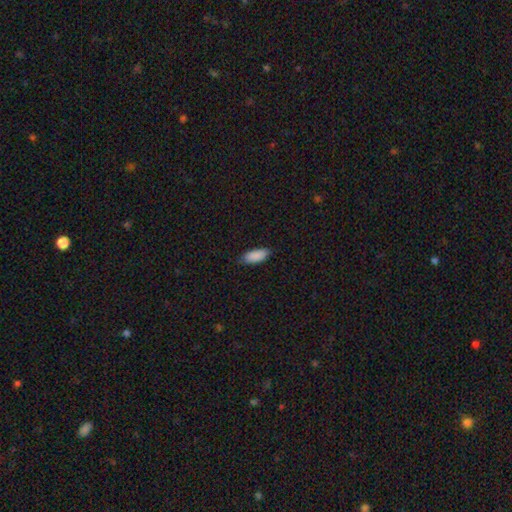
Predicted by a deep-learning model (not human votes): Smooth or featured? Predicted: smooth (p=0.90). How rounded? Predicted: in between (p=0.83). Merging? Predicted: none (p=0.83).